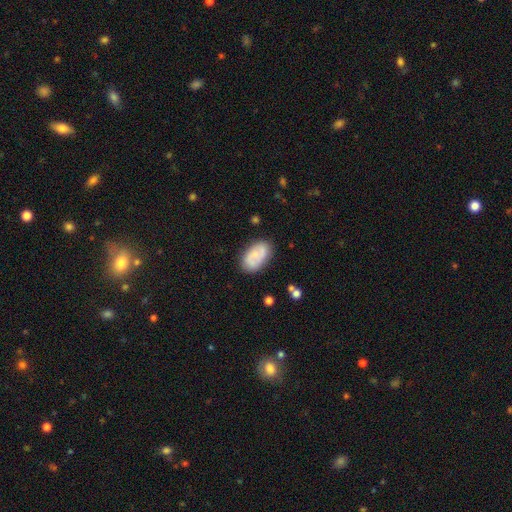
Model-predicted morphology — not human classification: Smooth or featured? Predicted: smooth (p=0.55). How rounded? Predicted: in between (p=0.91). Merging? Predicted: none (p=0.74).